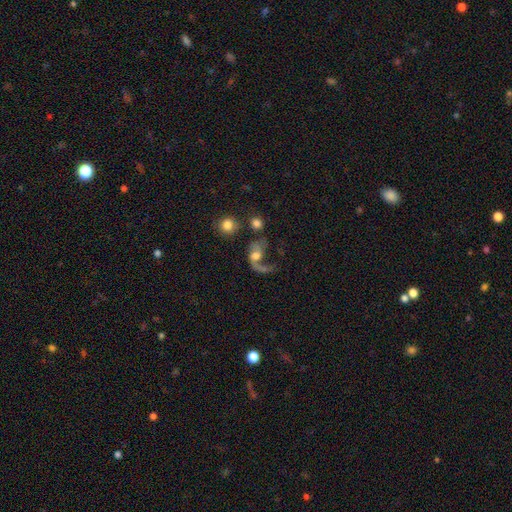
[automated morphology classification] Smooth or featured: featured or disk — 66% (smooth — 24%)
Edge-on disk: no — 96% (yes — 4%)
Bar: no — 64% (weak — 28%)
Spiral arms: yes — 81% (no — 19%)
Spiral winding: loose — 80% (medium — 16%)
Spiral arm count: 1 — 57% (2 — 36%)
Bulge size: moderate — 52% (small — 19%)
Merging: major disturbance — 44% (none — 25%)